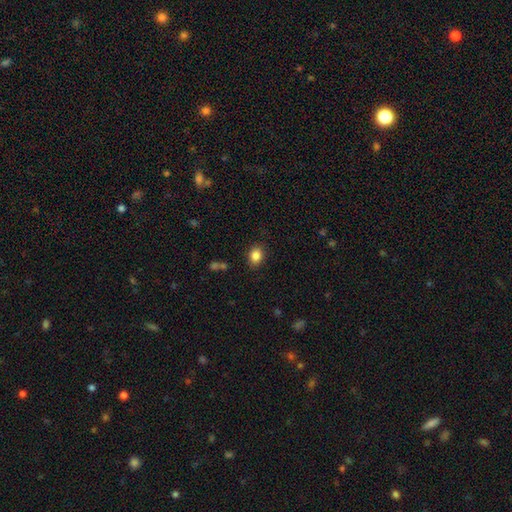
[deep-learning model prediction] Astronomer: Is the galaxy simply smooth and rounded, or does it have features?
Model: smooth — 85%.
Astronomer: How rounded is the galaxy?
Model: in between — 54% (runner-up: round, 45%).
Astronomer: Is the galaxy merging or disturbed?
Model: none — 87%.